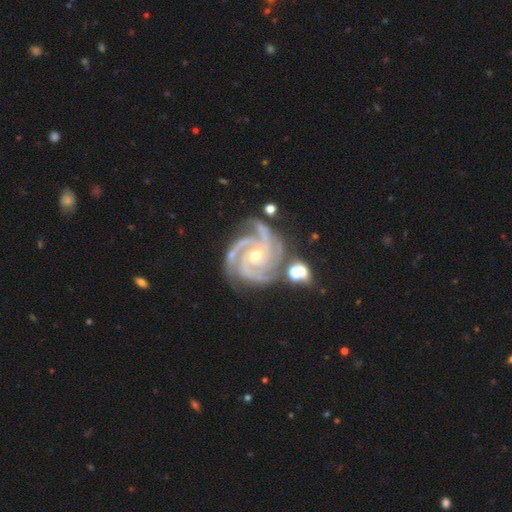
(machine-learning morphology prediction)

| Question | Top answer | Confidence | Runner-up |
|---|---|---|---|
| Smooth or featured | featured or disk | 93% | star or artifact (4%) |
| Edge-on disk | no | 98% | yes (2%) |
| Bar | no | 64% | weak (24%) |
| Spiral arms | yes | 99% | no (1%) |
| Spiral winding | tight | 72% | medium (26%) |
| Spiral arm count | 3 | 41% | 4 (38%) |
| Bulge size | small | 59% | moderate (39%) |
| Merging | none | 72% | minor disturbance (18%) |